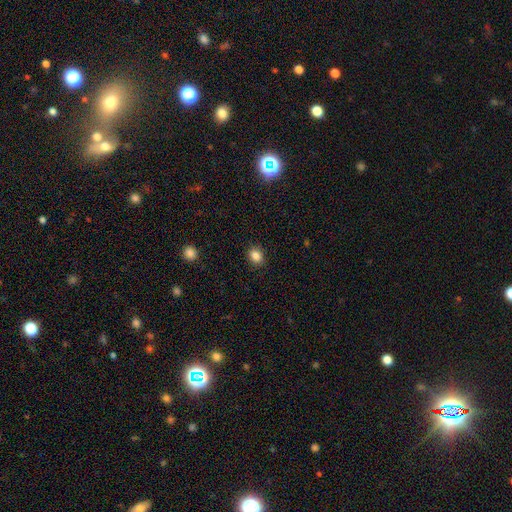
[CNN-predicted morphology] Overall: smooth (85%). How rounded: round (53%; in between 46%). Merging: none (89%).